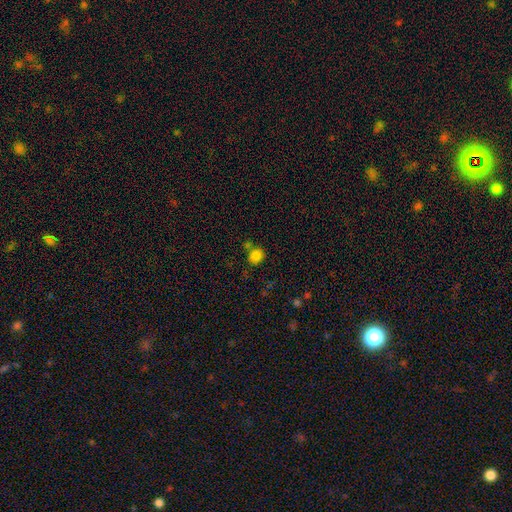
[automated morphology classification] Overall: smooth (83%). How rounded: round (72%). Merging: none (69%).